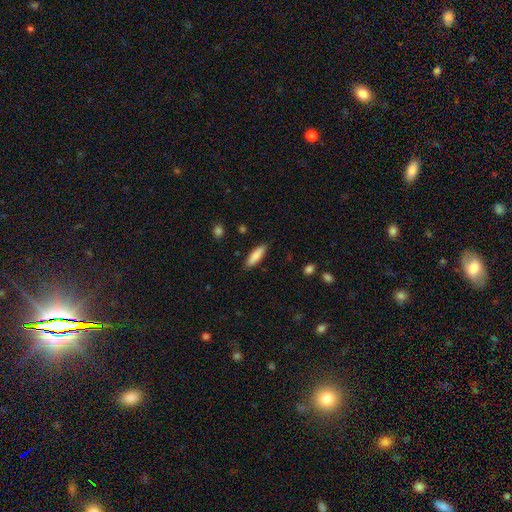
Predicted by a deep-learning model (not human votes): Smooth or featured? smooth (85%)
How rounded? cigar-shaped (60%)
Merging? none (87%)